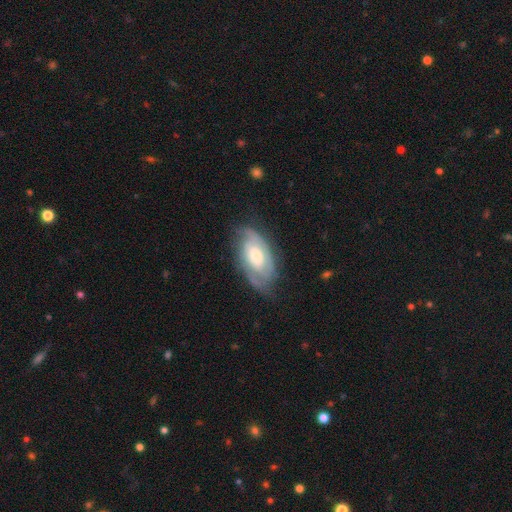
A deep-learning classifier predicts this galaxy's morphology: A featured or disk galaxy (74%) with no bar (64%), 2 (44%) tight (58%) spiral arms (86%) and a moderate central bulge (60%). Merging: none (66%).